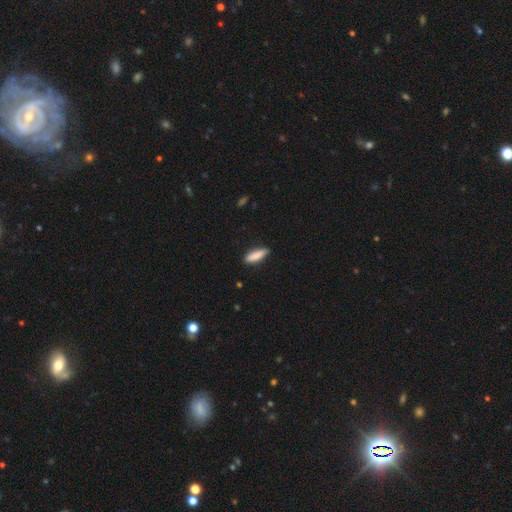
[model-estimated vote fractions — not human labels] Smooth or featured? smooth (85%)
How rounded? cigar-shaped (59%)
Merging? none (83%)